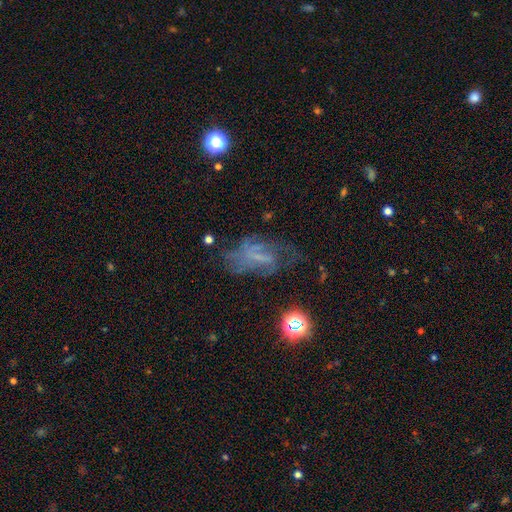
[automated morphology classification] type=featured or disk (57%); edge-on=no (95%); bar=no (48%); spiral arms=yes (61%); bulge=none (61%); merging=none (43%).